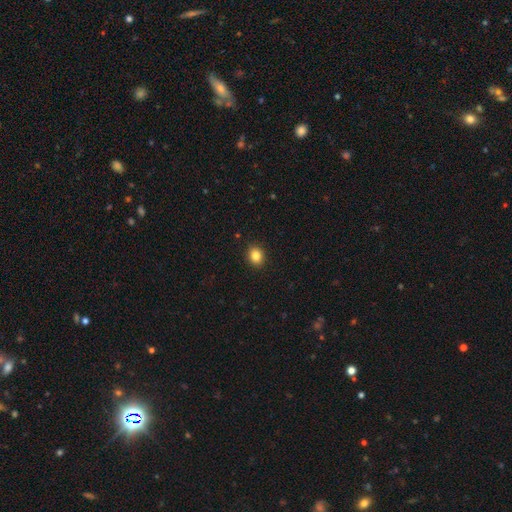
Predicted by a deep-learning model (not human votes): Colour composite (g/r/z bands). It shows a smooth galaxy with no disk features (84%) that is round (62%). Merging: none (91%).